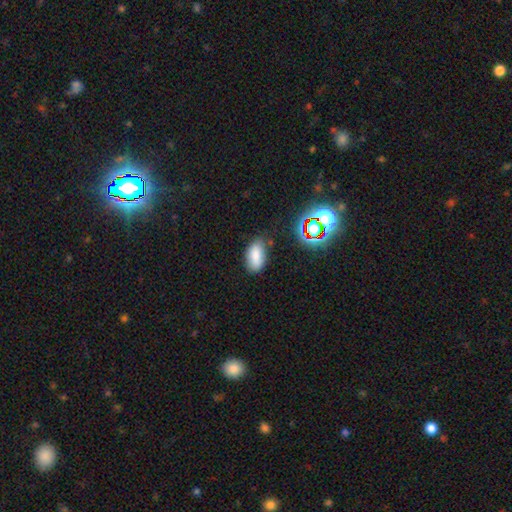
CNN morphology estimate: smooth_or_featured: smooth (p=0.82) [alt: star or artifact p=0.11]
how_rounded: in between (p=0.93) [alt: round p=0.04]
merging: none (p=0.76) [alt: minor disturbance p=0.17]